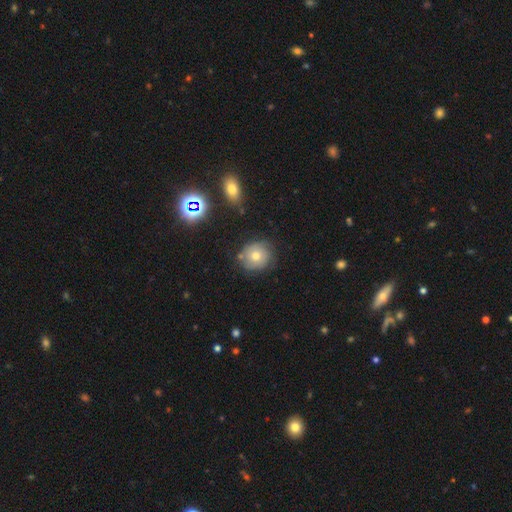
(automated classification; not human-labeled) Q: Smooth or featured?
A: smooth (57%); runner-up: featured or disk (31%)
Q: How rounded?
A: round (88%); runner-up: in between (11%)
Q: Merging?
A: none (74%); runner-up: minor disturbance (18%)